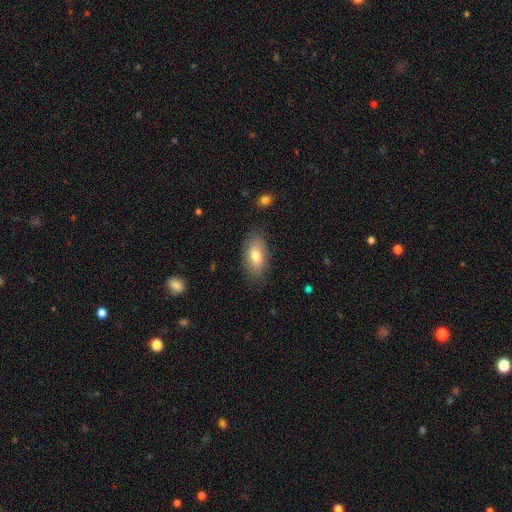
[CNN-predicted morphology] Smooth or featured? smooth (75%)
How rounded? in between (91%)
Merging? none (81%)